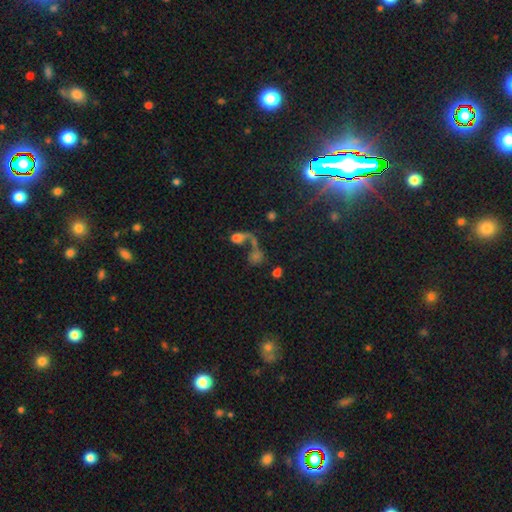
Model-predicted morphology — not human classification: This is marginally a smooth galaxy (38%). Merging: possibly merger (49%).